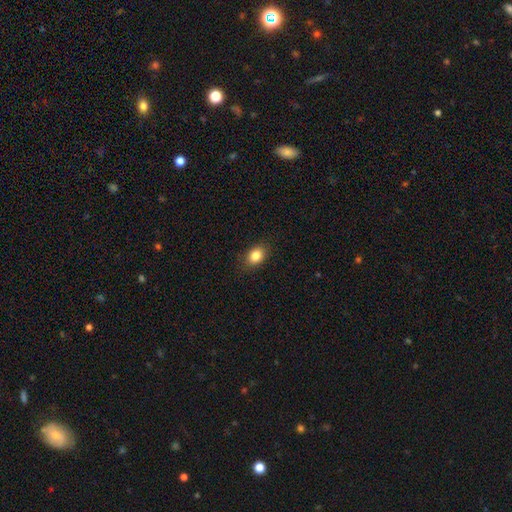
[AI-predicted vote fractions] A smooth galaxy with no disk features (84%) that is in between round and cigar-shaped (68%).

Vote fractions:
- Smooth or featured? smooth: 84% / star or artifact: 10% / featured or disk: 6%
- How rounded? in between: 68% / round: 30% / cigar-shaped: 1%
- Merging? none: 87% / minor disturbance: 10% / major disturbance: 2% / merger: 1%